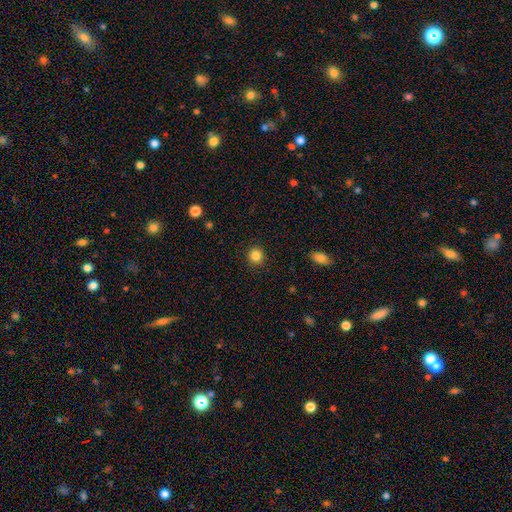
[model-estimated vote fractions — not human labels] This appears to be a smooth galaxy with no disk features (85%) that is round (90%). Merging: none (91%).